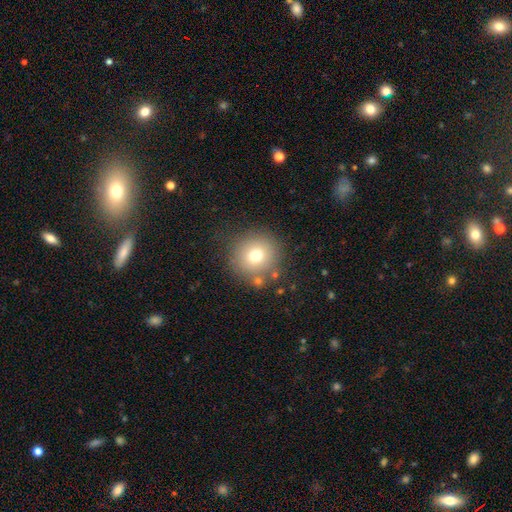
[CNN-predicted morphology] The model was most divided on "smooth or featured": smooth: 72%, star or artifact: 14%, featured or disk: 14%. More confident: how rounded — round (93%); merging — none (82%).